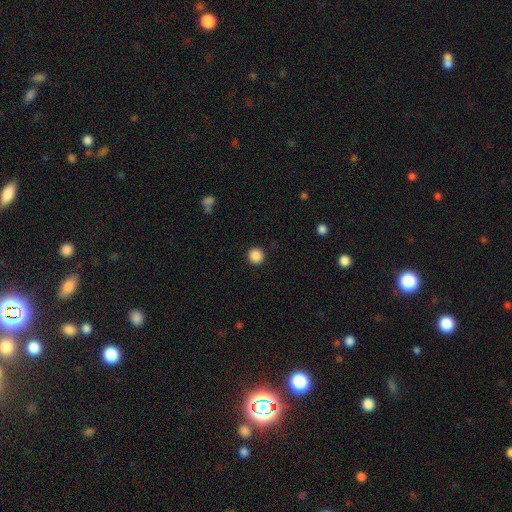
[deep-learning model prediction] The model was most divided on "smooth or featured": smooth: 88%, star or artifact: 10%, featured or disk: 3%. More confident: how rounded — round (96%); merging — none (92%).